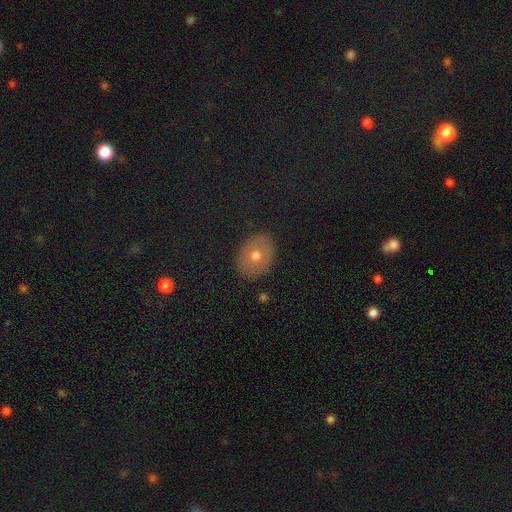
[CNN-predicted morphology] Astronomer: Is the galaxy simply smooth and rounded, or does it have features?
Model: smooth — 62%.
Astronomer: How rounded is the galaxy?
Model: in between — 63%.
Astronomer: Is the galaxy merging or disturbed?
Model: none — 87%.